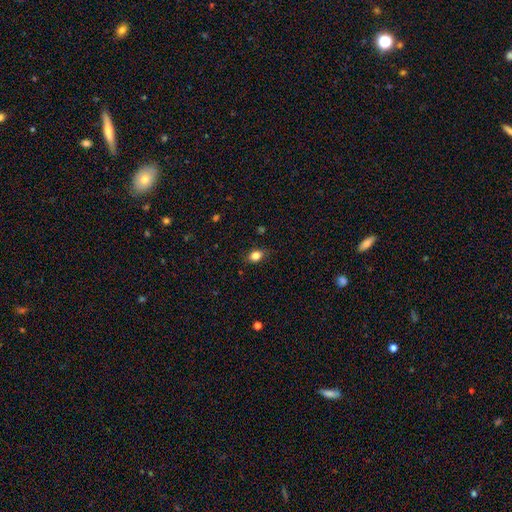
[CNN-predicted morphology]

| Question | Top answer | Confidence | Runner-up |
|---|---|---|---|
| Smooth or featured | smooth | 84% | star or artifact (10%) |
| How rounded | in between | 70% | round (28%) |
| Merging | none | 82% | minor disturbance (14%) |